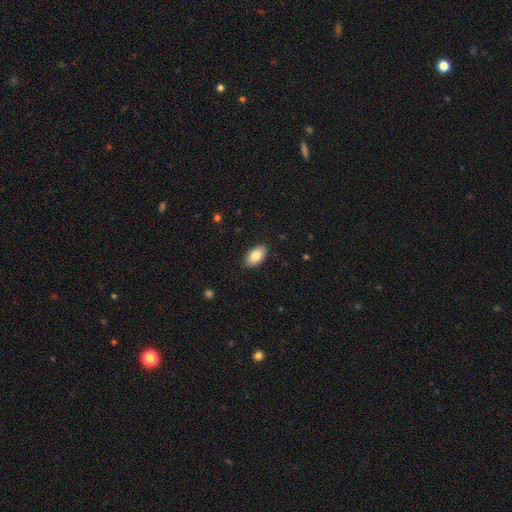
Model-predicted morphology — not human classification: The model was most divided on "smooth or featured": smooth: 83%, featured or disk: 10%, star or artifact: 7%. More confident: how rounded — in between (93%); merging — none (87%).